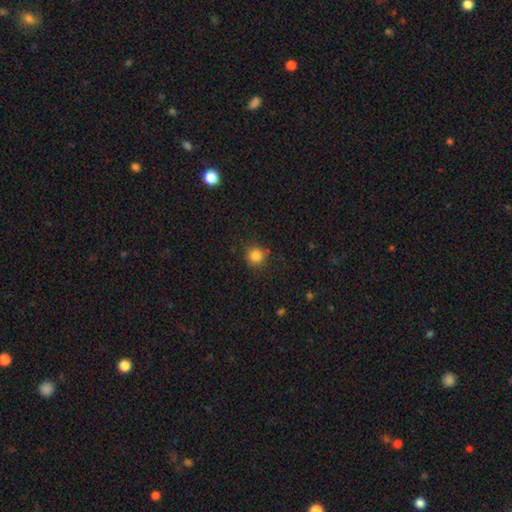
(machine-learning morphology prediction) Smooth or featured? Predicted: smooth (p=0.84). How rounded? Predicted: round (p=0.93). Merging? Predicted: none (p=0.87).